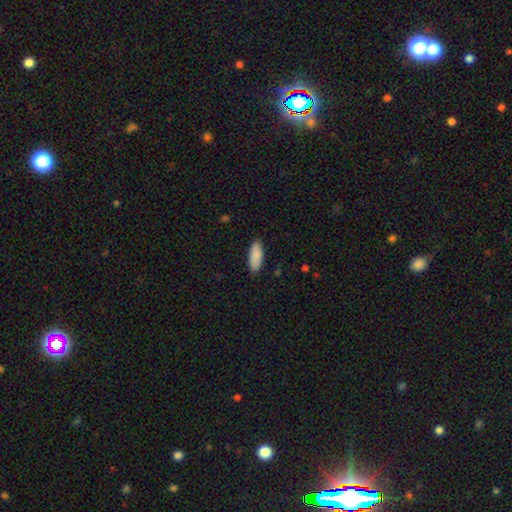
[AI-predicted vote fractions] smooth_or_featured: smooth (p=0.89) [alt: star or artifact p=0.06]
how_rounded: in between (p=0.75) [alt: cigar-shaped p=0.23]
merging: none (p=0.88) [alt: minor disturbance p=0.09]